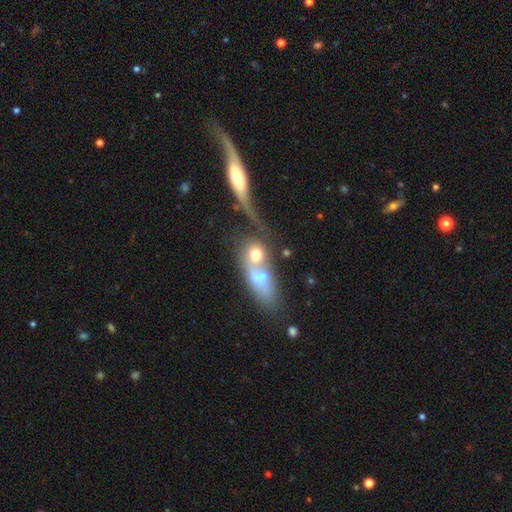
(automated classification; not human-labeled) Morphology: type=smooth (52%); roundness=in between (52%); merging=merger (65%).